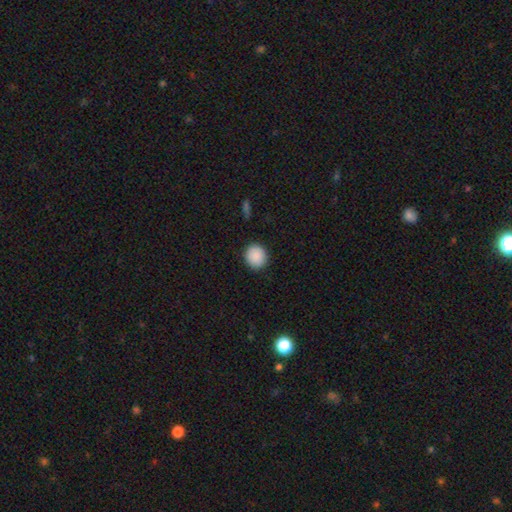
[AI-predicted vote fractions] smooth 90%, star or artifact 7%, featured or disk 3%. Down the decision tree: how rounded — round (85%); merging — none (91%).